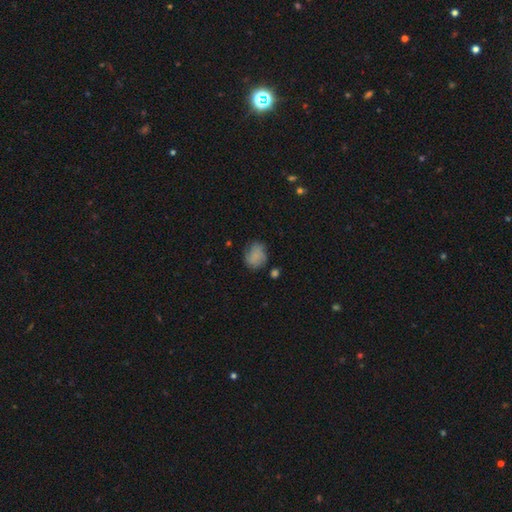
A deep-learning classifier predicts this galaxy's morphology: A smooth galaxy with no disk features (71%) that is round (64%).

Vote fractions:
- Smooth or featured? smooth: 71% / featured or disk: 19% / star or artifact: 10%
- How rounded? round: 64% / in between: 35% / cigar-shaped: 1%
- Merging? none: 62% / minor disturbance: 25% / major disturbance: 9% / merger: 4%